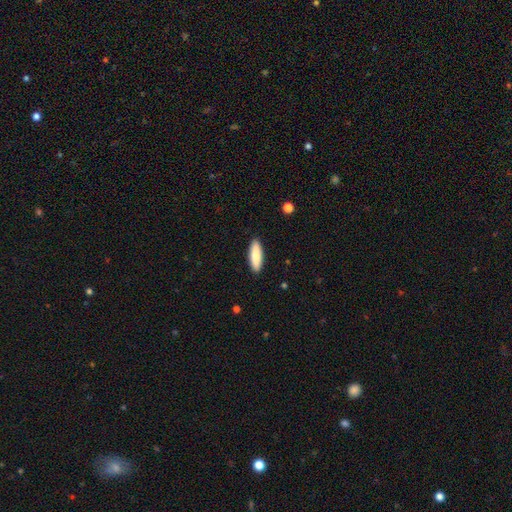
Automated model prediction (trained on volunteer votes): The model was most divided on "how rounded": cigar-shaped: 53%, in between: 45%, round: 2%. More confident: merging — none (90%); smooth or featured — smooth (84%).